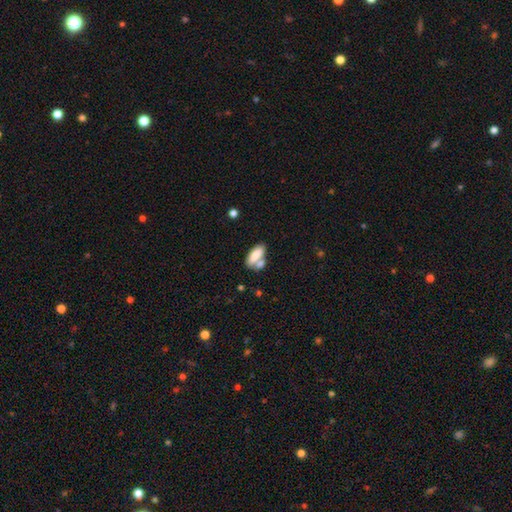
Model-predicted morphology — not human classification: Smooth or featured? Predicted: smooth (p=0.79). How rounded? Predicted: in between (p=0.82). Merging? Predicted: merger (p=0.41).